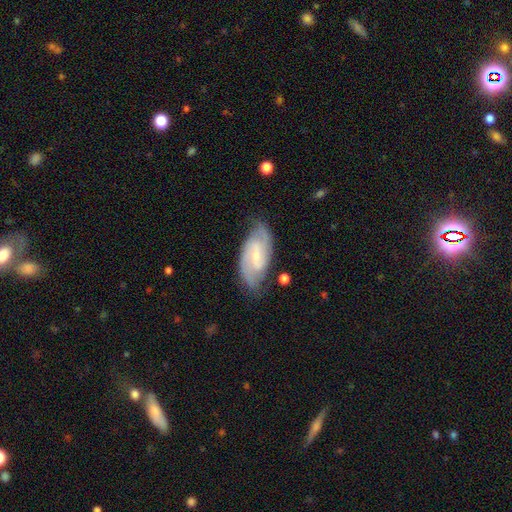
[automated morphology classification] smooth-or-featured: featured or disk: 82% | smooth: 13% | star or artifact: 5%
  disk-edge-on: no: 95% | yes: 5%
    bar: weak: 53% | no: 24% | strong: 23%
    has-spiral-arms: yes: 96% | no: 4%
      spiral-winding: medium: 48% | tight: 38% | loose: 14%
      spiral-arm-count: 2: 81% | can't tell: 8% | 3: 6% | 1: 2% | 4: 2% | more than 4: 1%
    bulge-size: small: 68% | moderate: 25% | none: 5% | large: 1% | dominant: 1%
  merging: none: 77% | minor disturbance: 17% | major disturbance: 4% | merger: 2%